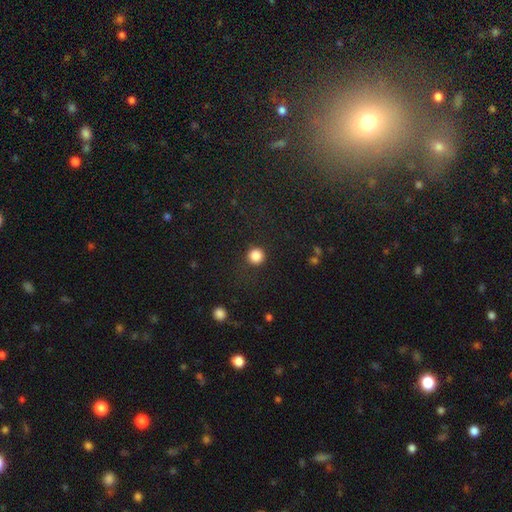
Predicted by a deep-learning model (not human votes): This appears to be a smooth galaxy with no disk features (86%) that is round (94%). Merging: none (88%).